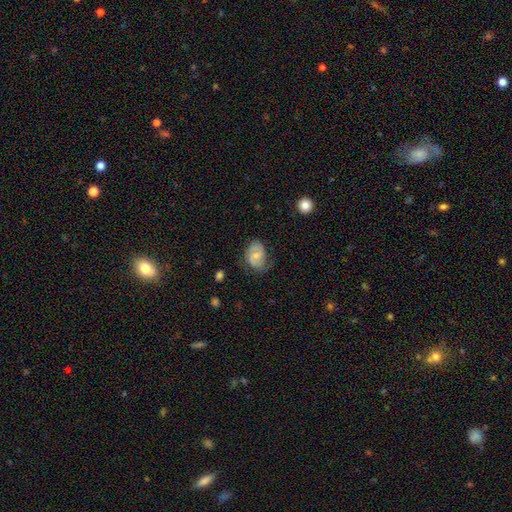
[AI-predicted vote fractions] Smooth or featured?
  - featured or disk: 47% *
  - smooth: 45%
  - star or artifact: 7%
Merging?
  - none: 57% *
  - minor disturbance: 30%
  - major disturbance: 11%
  - merger: 2%